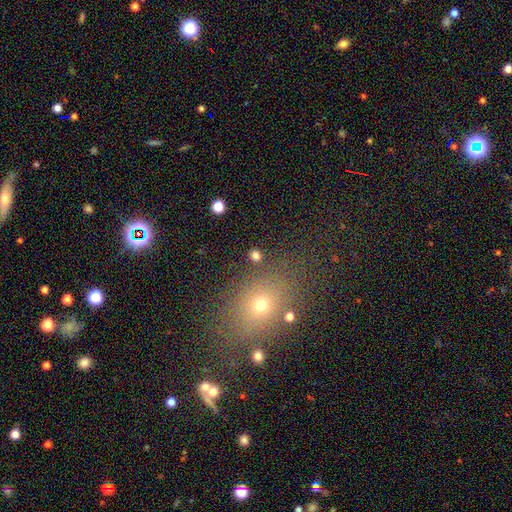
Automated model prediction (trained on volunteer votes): Q: Smooth or featured?
A: smooth (72%); runner-up: star or artifact (21%)
Q: How rounded?
A: round (79%); runner-up: in between (20%)
Q: Merging?
A: none (84%); runner-up: minor disturbance (7%)